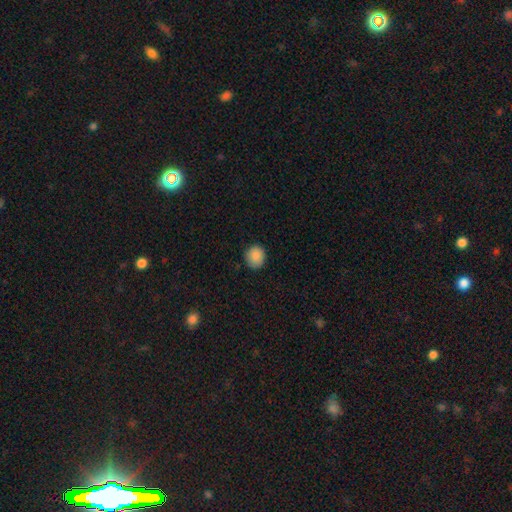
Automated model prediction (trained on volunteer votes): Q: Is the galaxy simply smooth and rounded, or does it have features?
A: smooth — 88%.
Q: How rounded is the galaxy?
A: round — 86%.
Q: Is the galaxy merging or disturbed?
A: none — 86%.